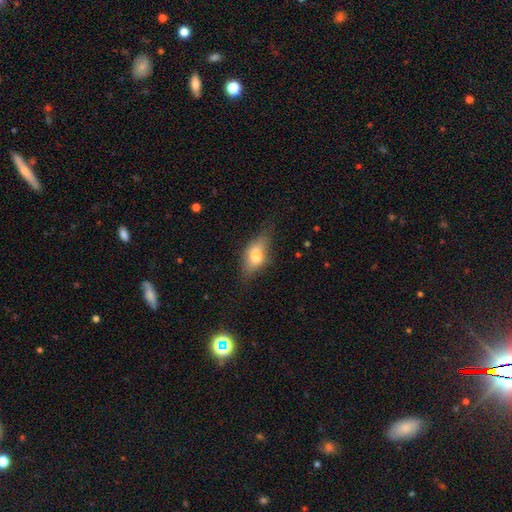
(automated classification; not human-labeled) This appears to be a smooth galaxy with no disk features (67%) that is in between round and cigar-shaped (82%). Merging: none (61%).